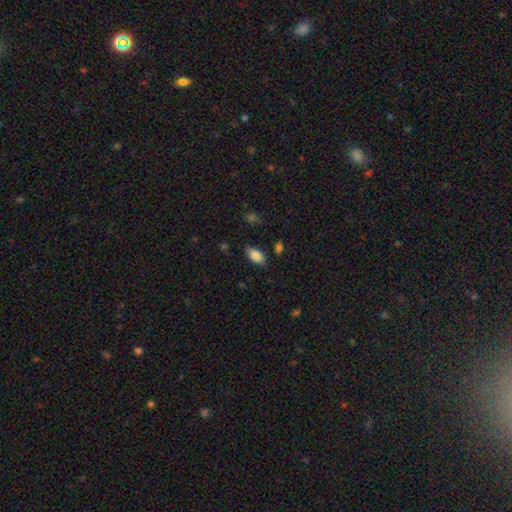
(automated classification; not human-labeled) Q: Smooth or featured?
A: smooth (85%); runner-up: star or artifact (8%)
Q: How rounded?
A: in between (92%); runner-up: cigar-shaped (5%)
Q: Merging?
A: none (83%); runner-up: minor disturbance (12%)